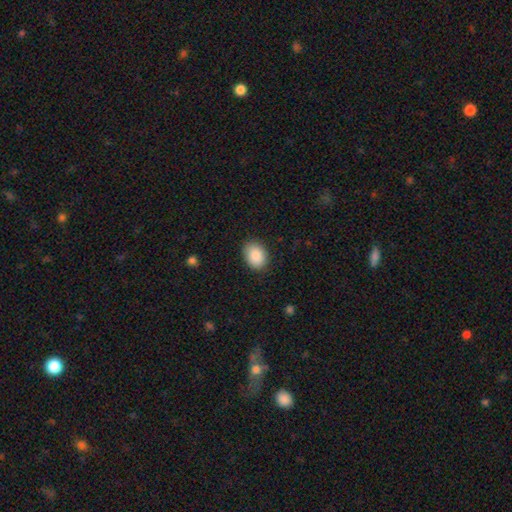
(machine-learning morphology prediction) type=smooth (88%); roundness=in between (73%); merging=none (87%).